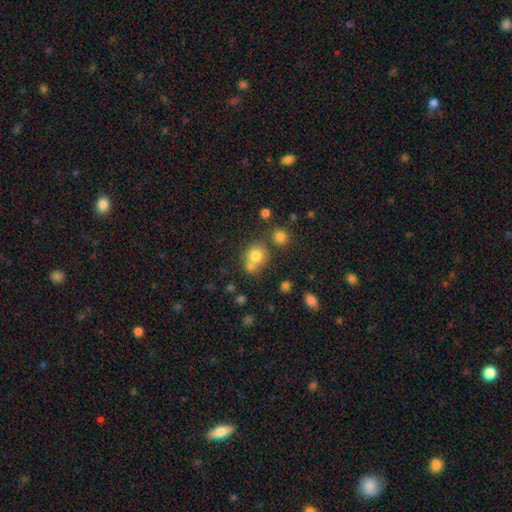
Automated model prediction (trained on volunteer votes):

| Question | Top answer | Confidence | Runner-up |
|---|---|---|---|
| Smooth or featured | smooth | 76% | star or artifact (13%) |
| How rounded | round | 81% | in between (18%) |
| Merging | none | 51% | merger (35%) |